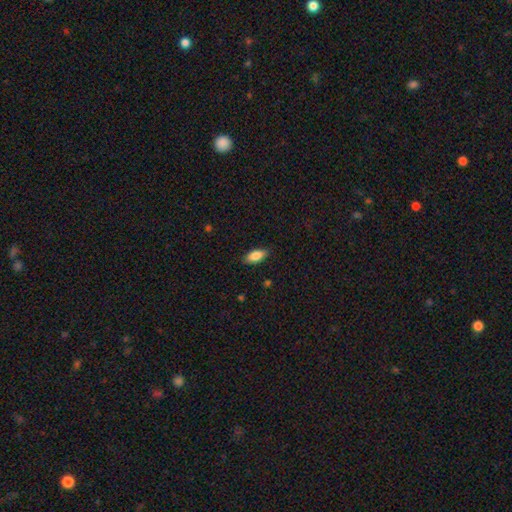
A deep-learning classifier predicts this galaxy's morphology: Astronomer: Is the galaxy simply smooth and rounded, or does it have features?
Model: smooth — 85%.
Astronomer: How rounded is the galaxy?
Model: in between — 87%.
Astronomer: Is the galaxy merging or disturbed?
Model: none — 86%.